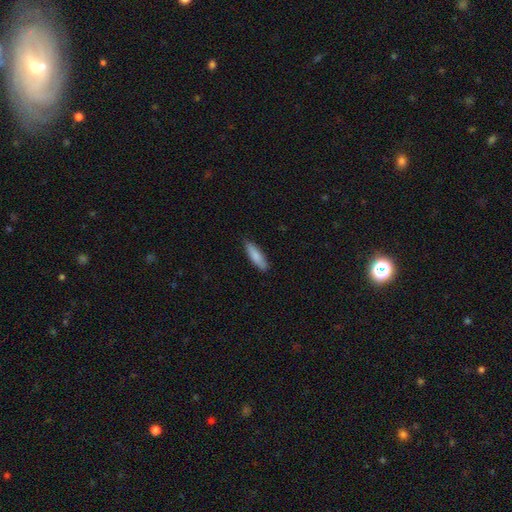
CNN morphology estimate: Smooth or featured: smooth — 83% (featured or disk — 11%)
How rounded: cigar-shaped — 65% (in between — 34%)
Merging: none — 86% (minor disturbance — 12%)